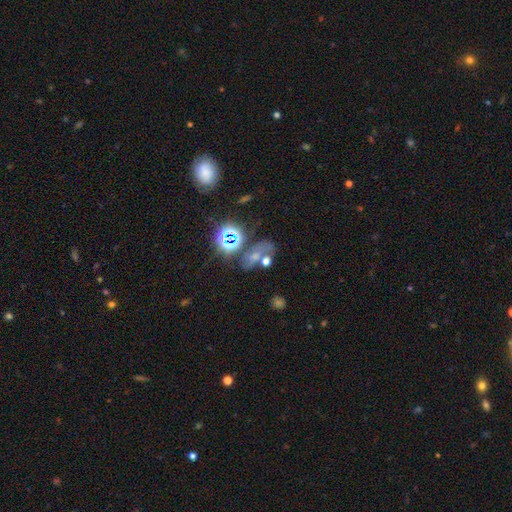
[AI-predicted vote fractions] This appears to be a star or artifact, not a galaxy (42%).